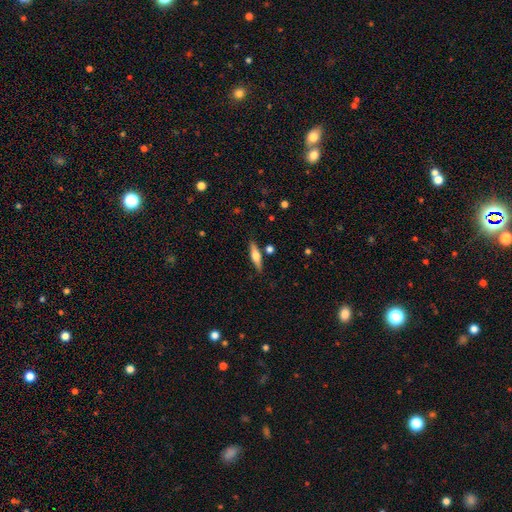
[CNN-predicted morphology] Smooth or featured?
  - smooth: 48% *
  - featured or disk: 46%
  - star or artifact: 6%
Merging?
  - none: 83% *
  - minor disturbance: 10%
  - merger: 5%
  - major disturbance: 2%